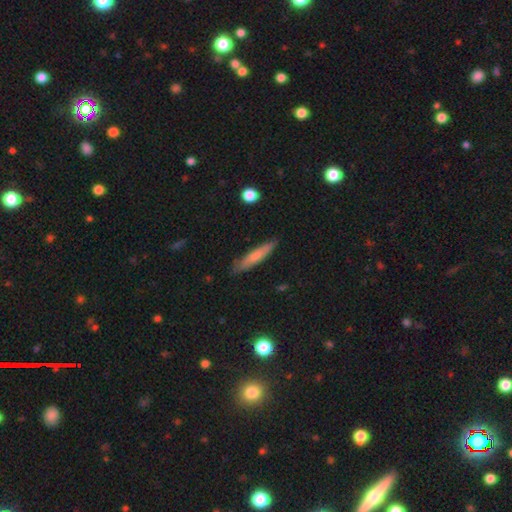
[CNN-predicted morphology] The model was most divided on "smooth or featured": smooth: 69%, featured or disk: 25%, star or artifact: 6%. More confident: how rounded — cigar-shaped (88%); merging — none (85%).